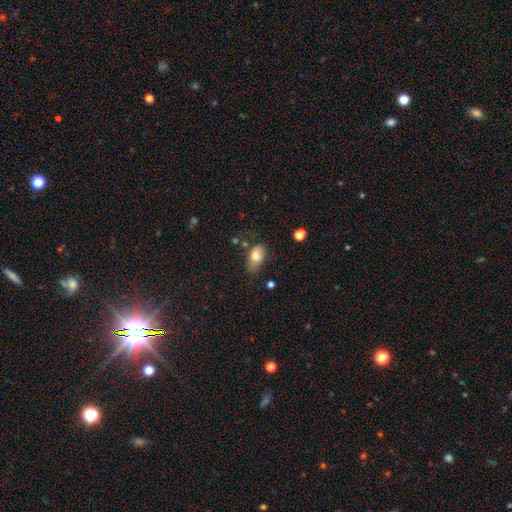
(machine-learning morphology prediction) Smooth or featured? Predicted: smooth (p=0.77). How rounded? Predicted: in between (p=0.88). Merging? Predicted: none (p=0.54).